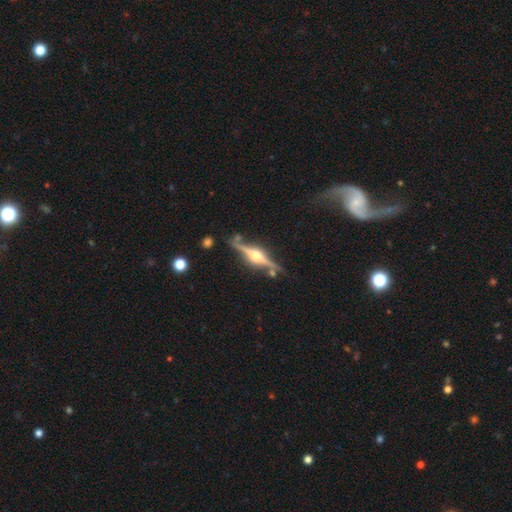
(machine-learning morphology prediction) This is clearly a featured or disk galaxy (86%). It is clearly viewed edge-on (98%). Edge-on bulge: clearly rounded (94%). Merging: clearly none (82%).